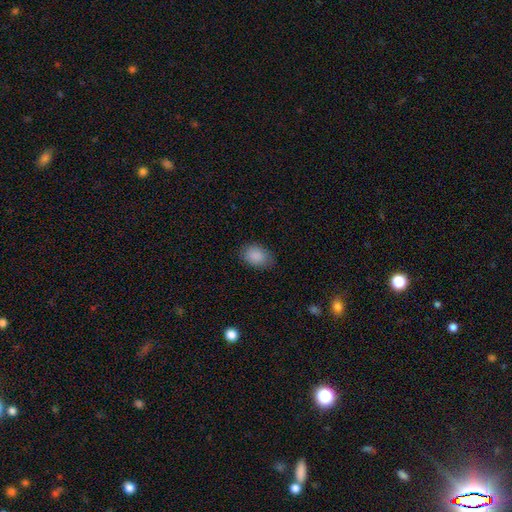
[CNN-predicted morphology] Q: Smooth or featured?
A: smooth (88%); runner-up: star or artifact (8%)
Q: How rounded?
A: in between (75%); runner-up: round (23%)
Q: Merging?
A: none (80%); runner-up: minor disturbance (15%)